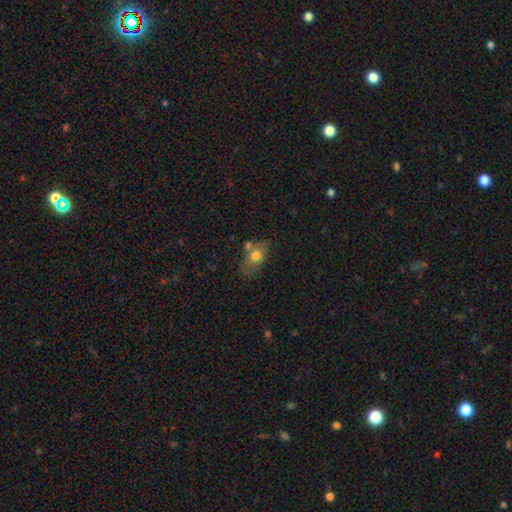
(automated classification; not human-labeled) Smooth or featured: smooth — 70% (featured or disk — 21%)
How rounded: in between — 78% (round — 20%)
Merging: none — 52% (merger — 22%)